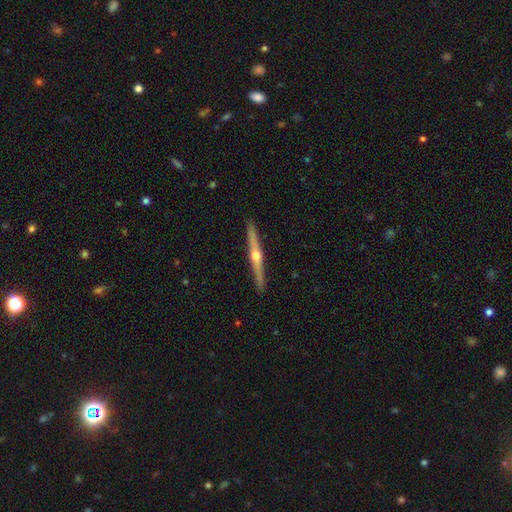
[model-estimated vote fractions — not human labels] Morphology: type=featured or disk (77%); edge-on=yes (98%); edge-on bulge=rounded (94%); merging=none (91%).